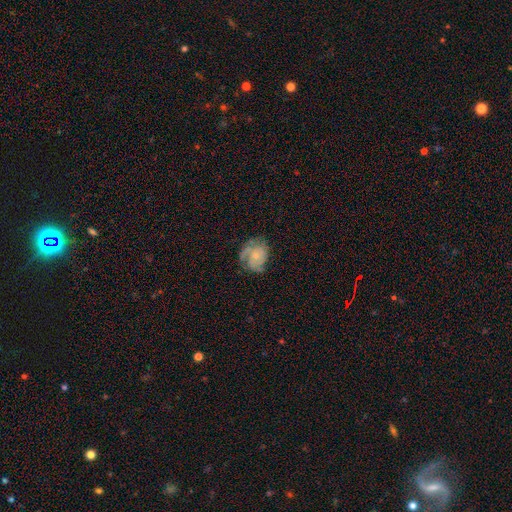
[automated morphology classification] A featured or disk galaxy (70%) with no bar (80%), 3 (28%) tight (48%) spiral arms (90%) and a small central bulge (65%). Merging: none (60%).